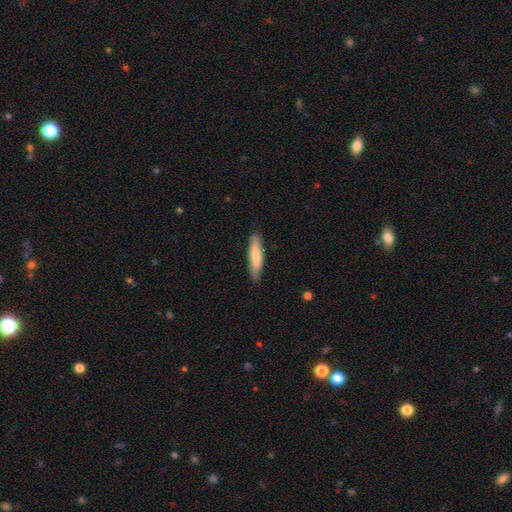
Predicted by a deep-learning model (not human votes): Smooth or featured? Predicted: smooth (p=0.75). How rounded? Predicted: cigar-shaped (p=0.82). Merging? Predicted: none (p=0.85).